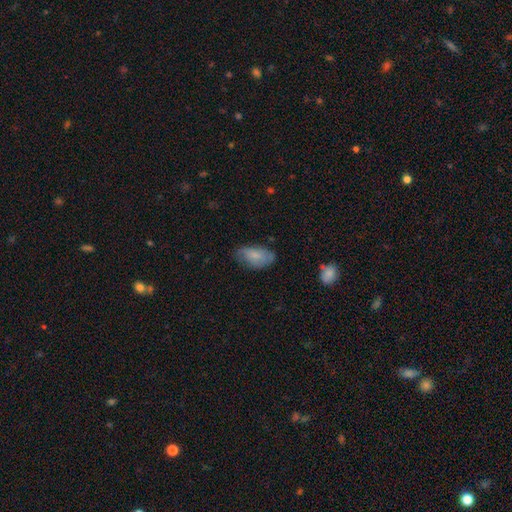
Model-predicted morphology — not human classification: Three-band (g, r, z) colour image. It shows a smooth galaxy with no disk features (73%) that is in between round and cigar-shaped (93%). Merging: none (60%).